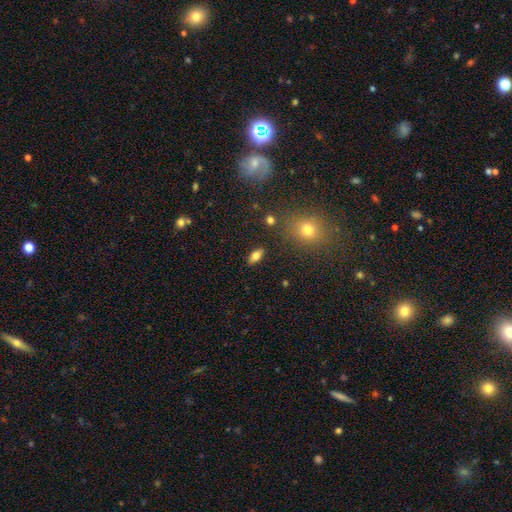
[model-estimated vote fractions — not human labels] Smooth or featured: smooth — 79% (featured or disk — 11%)
How rounded: in between — 87% (cigar-shaped — 8%)
Merging: none — 87% (minor disturbance — 9%)